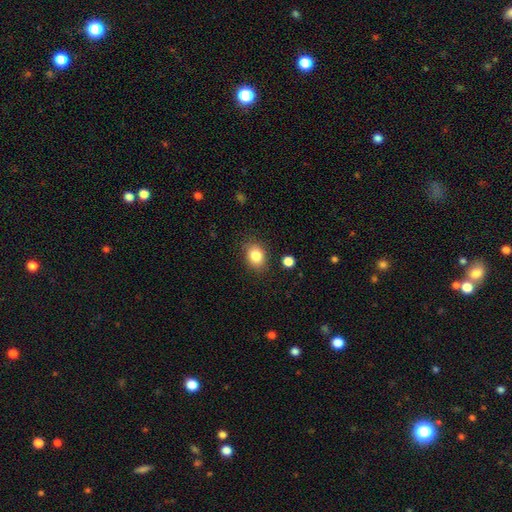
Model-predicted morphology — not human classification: Smooth or featured?
  - smooth: 85% *
  - star or artifact: 9%
  - featured or disk: 6%
How rounded?
  - in between: 58% *
  - round: 41%
  - cigar-shaped: 1%
Merging?
  - none: 82% *
  - minor disturbance: 12%
  - major disturbance: 3%
  - merger: 2%